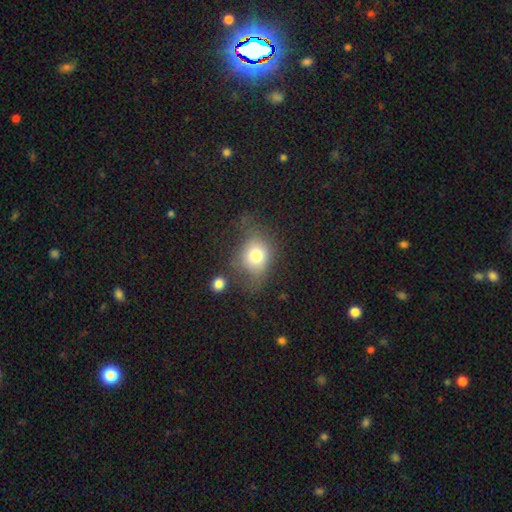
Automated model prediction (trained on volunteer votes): This appears to be a smooth galaxy with no disk features (73%) that is round (53%). Merging: none (49%).